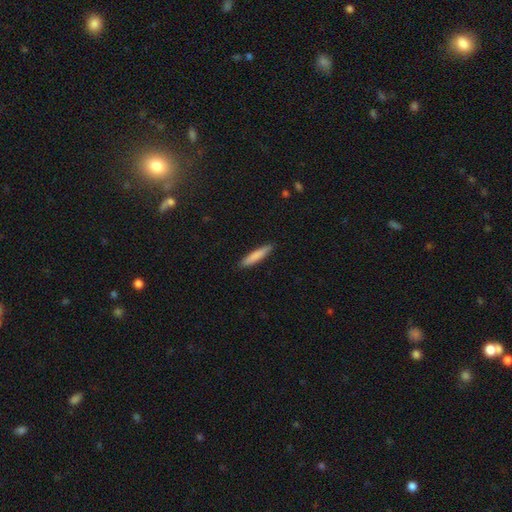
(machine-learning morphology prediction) Smooth or featured? smooth (82%)
How rounded? cigar-shaped (90%)
Merging? none (90%)